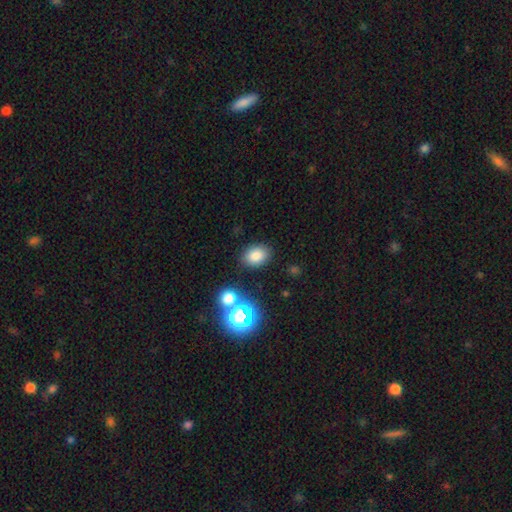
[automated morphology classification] This appears to be a smooth galaxy with no disk features (80%) that is in between round and cigar-shaped (72%). Merging: none (82%).